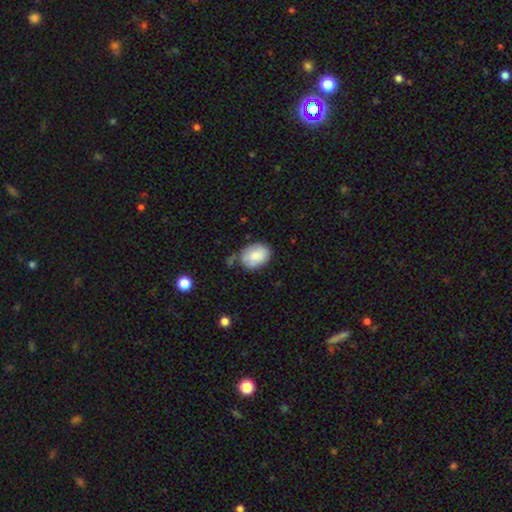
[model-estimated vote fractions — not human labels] A smooth galaxy with no disk features (82%) that is in between round and cigar-shaped (74%). Merging: none (61%).